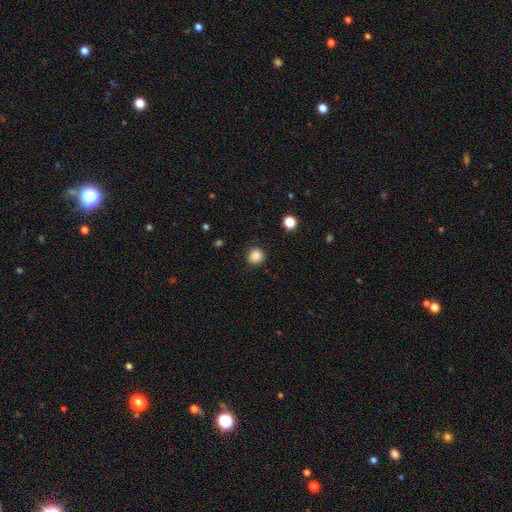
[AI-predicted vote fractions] Smooth or featured: smooth — 86% (star or artifact — 10%)
How rounded: round — 91% (in between — 8%)
Merging: none — 90% (minor disturbance — 7%)